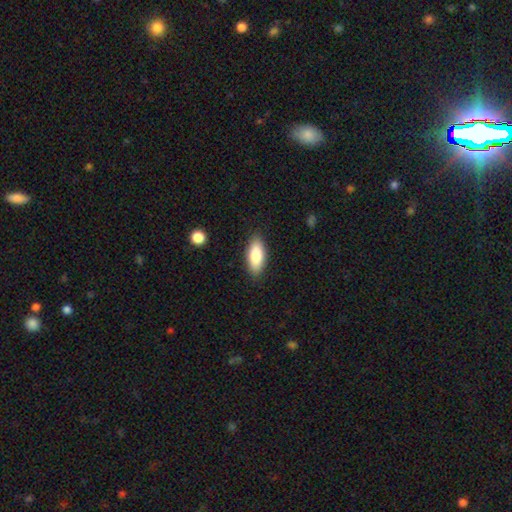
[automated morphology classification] Q: Smooth or featured?
A: smooth (83%); runner-up: featured or disk (11%)
Q: How rounded?
A: in between (78%); runner-up: cigar-shaped (20%)
Q: Merging?
A: none (87%); runner-up: minor disturbance (10%)